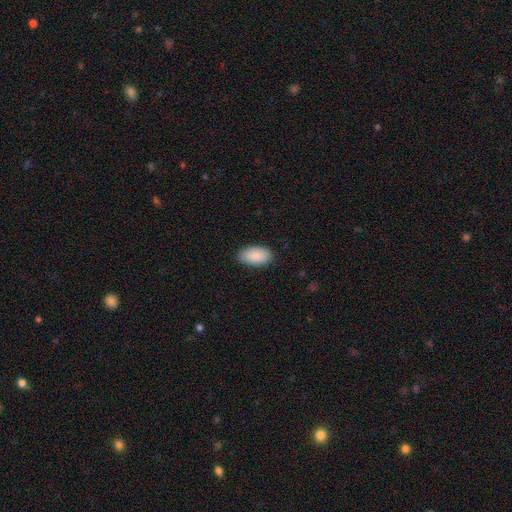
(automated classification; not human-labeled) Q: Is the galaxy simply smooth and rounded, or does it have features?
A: smooth — 89%.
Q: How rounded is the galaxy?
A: in between — 95%.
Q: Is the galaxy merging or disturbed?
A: none — 87%.